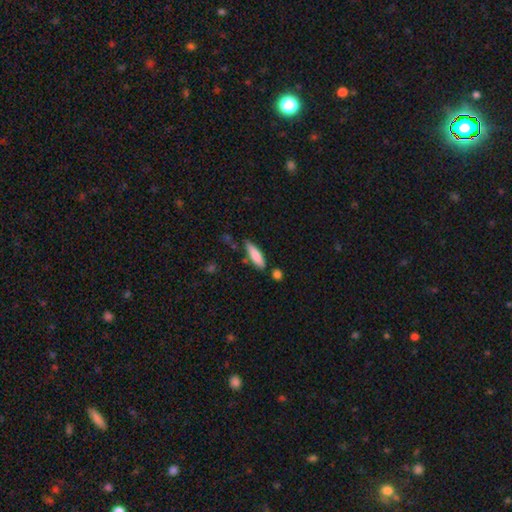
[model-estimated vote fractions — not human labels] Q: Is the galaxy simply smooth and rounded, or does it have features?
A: smooth — 82%.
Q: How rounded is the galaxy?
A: cigar-shaped — 61%.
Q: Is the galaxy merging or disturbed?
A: none — 72%.